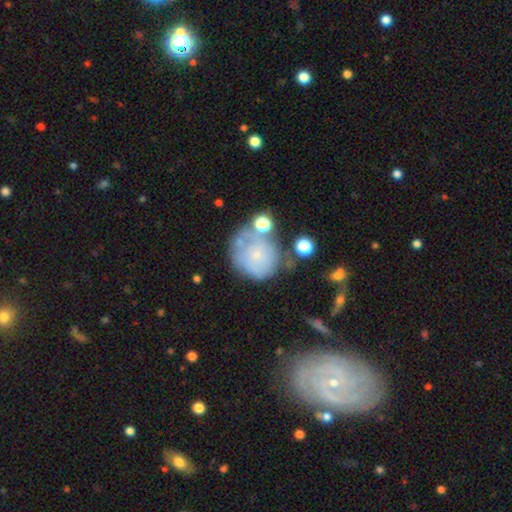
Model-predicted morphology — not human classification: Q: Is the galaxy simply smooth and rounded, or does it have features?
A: smooth — 49%.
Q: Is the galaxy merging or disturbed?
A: none — 46%.